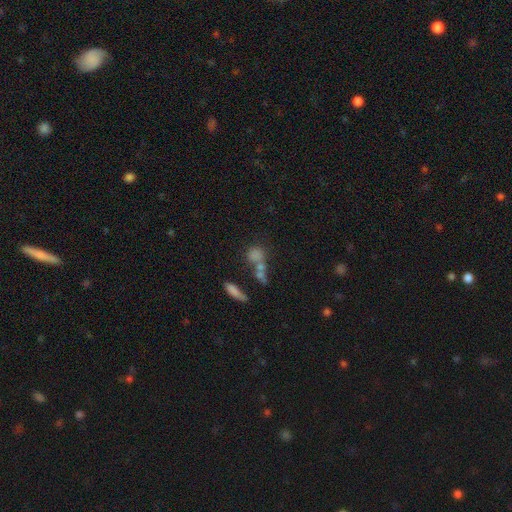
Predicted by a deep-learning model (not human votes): Smooth or featured?
  - smooth: 61% *
  - star or artifact: 23%
  - featured or disk: 16%
How rounded?
  - round: 50% *
  - in between: 39%
  - cigar-shaped: 11%
Merging?
  - none: 43% *
  - merger: 38%
  - minor disturbance: 11%
  - major disturbance: 8%